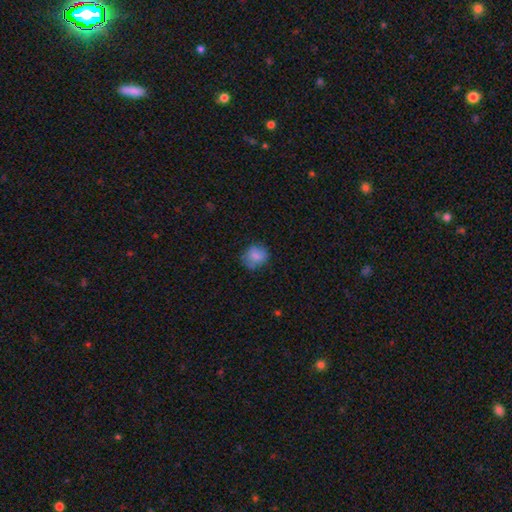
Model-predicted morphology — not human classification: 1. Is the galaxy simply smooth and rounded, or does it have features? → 79% smooth, 12% featured or disk, 9% star or artifact.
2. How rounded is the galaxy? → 71% round, 28% in between, 1% cigar-shaped.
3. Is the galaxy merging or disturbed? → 67% none, 24% minor disturbance, 8% major disturbance, 2% merger.